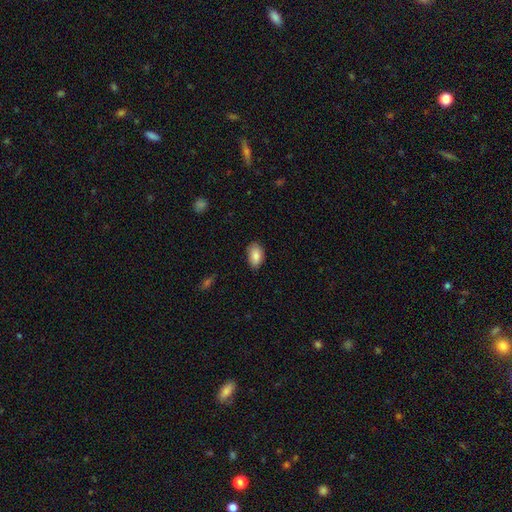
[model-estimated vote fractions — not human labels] A smooth galaxy with no disk features (86%) that is in between round and cigar-shaped (92%). Merging: none (82%).